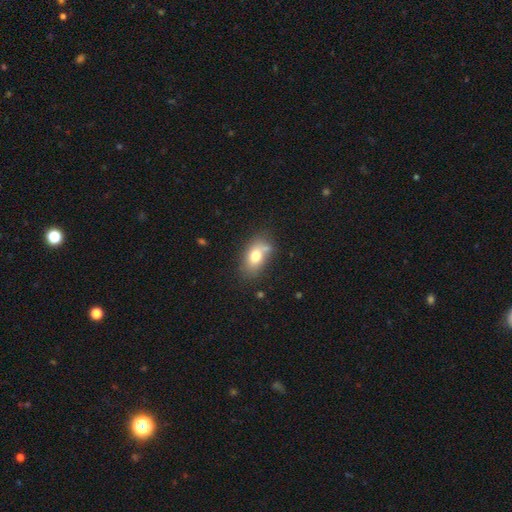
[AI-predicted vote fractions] smooth-or-featured: smooth: 73% | featured or disk: 17% | star or artifact: 9%
  how-rounded: in between: 85% | round: 13% | cigar-shaped: 3%
  merging: none: 57% | minor disturbance: 22% | merger: 13% | major disturbance: 8%